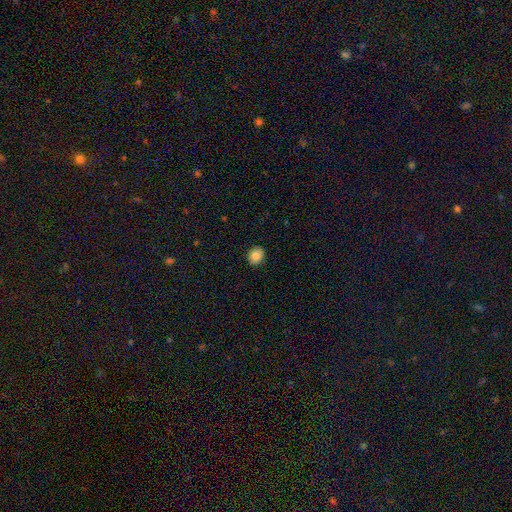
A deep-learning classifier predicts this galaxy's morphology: A smooth galaxy with no disk features (83%) that is round (68%).

Vote fractions:
- Smooth or featured? smooth: 83% / star or artifact: 9% / featured or disk: 8%
- How rounded? round: 68% / in between: 31% / cigar-shaped: 1%
- Merging? none: 90% / minor disturbance: 8% / major disturbance: 2% / merger: 1%